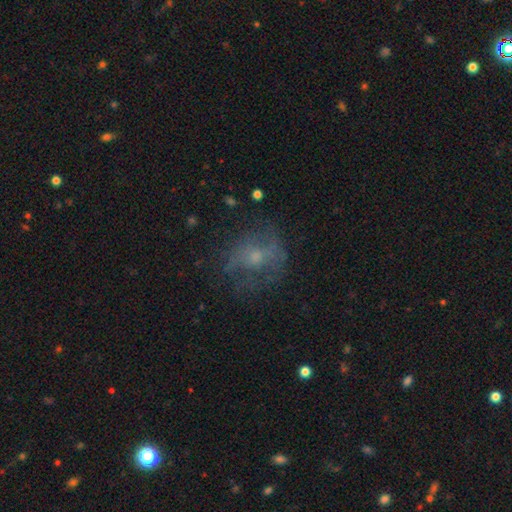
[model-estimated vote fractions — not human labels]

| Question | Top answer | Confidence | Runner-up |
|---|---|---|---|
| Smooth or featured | featured or disk | 50% | smooth (33%) |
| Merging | none | 59% | major disturbance (20%) |